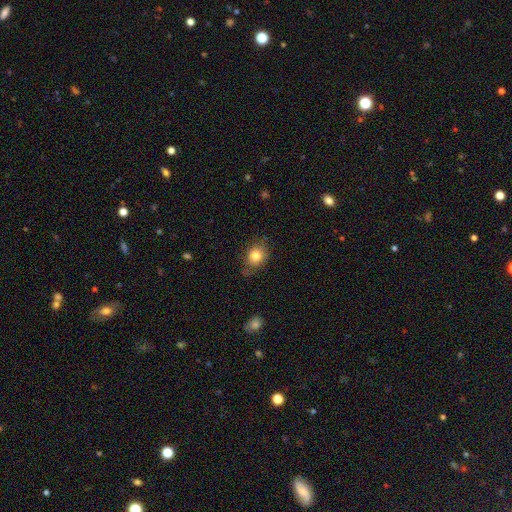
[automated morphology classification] Overall: smooth (81%). How rounded: round (61%; in between 38%). Merging: none (72%).